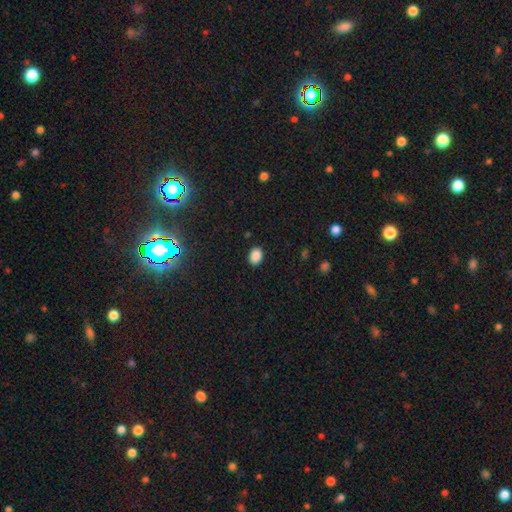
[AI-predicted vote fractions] A smooth galaxy with no disk features (87%) that is in between round and cigar-shaped (69%).

Vote fractions:
- Smooth or featured? smooth: 87% / star or artifact: 9% / featured or disk: 3%
- How rounded? in between: 69% / round: 30% / cigar-shaped: 1%
- Merging? none: 88% / minor disturbance: 8% / major disturbance: 2% / merger: 1%